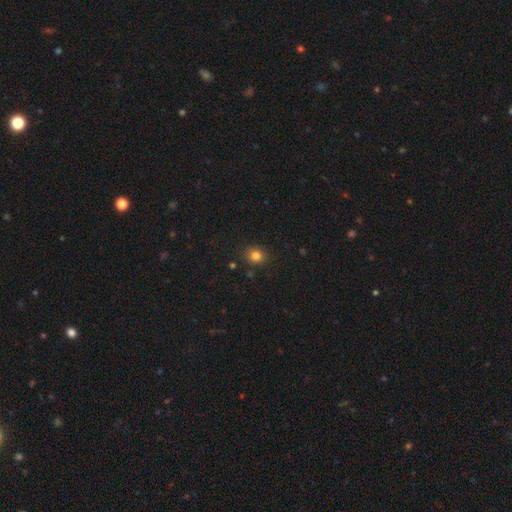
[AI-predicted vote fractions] Smooth or featured? Predicted: smooth (p=0.81). How rounded? Predicted: round (p=0.76). Merging? Predicted: none (p=0.86).